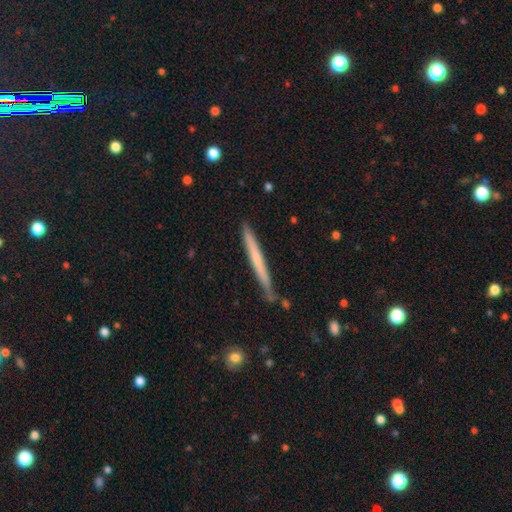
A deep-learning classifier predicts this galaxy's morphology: smooth-or-featured: featured or disk: 51% | smooth: 42% | star or artifact: 7%
  disk-edge-on: yes: 97% | no: 3%
  merging: none: 85% | minor disturbance: 11% | major disturbance: 2% | merger: 2%